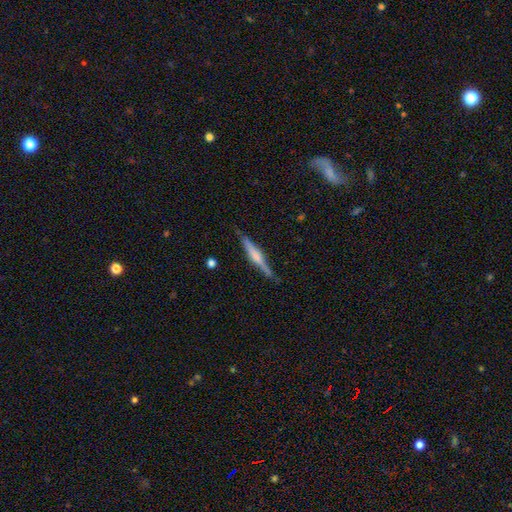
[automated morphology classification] Q: Smooth or featured?
A: featured or disk (62%); runner-up: smooth (32%)
Q: Edge-on disk?
A: yes (97%); runner-up: no (3%)
Q: Edge-on bulge?
A: rounded (55%); runner-up: boxy (28%)
Q: Merging?
A: none (85%); runner-up: minor disturbance (11%)